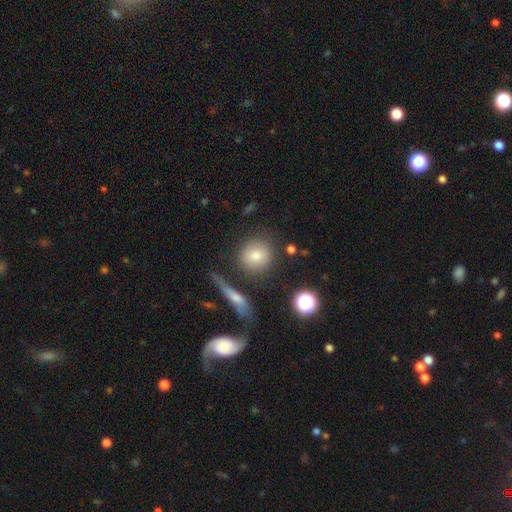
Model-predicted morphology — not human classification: Overall: smooth (74%). How rounded: round (83%). Merging: none (76%).